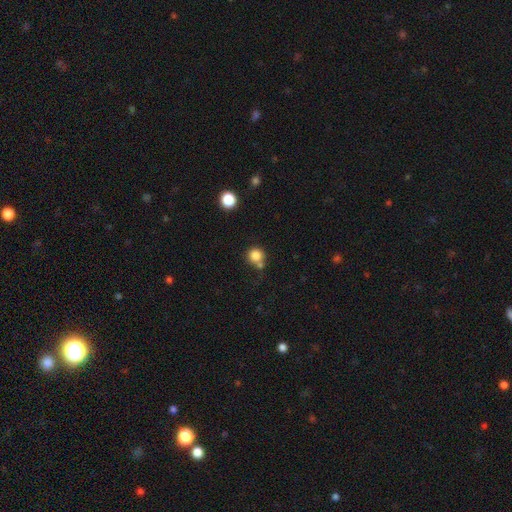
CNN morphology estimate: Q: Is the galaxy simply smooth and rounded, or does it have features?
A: smooth — 83%.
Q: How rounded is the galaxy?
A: round — 92%.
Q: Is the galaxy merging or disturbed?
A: none — 62%.